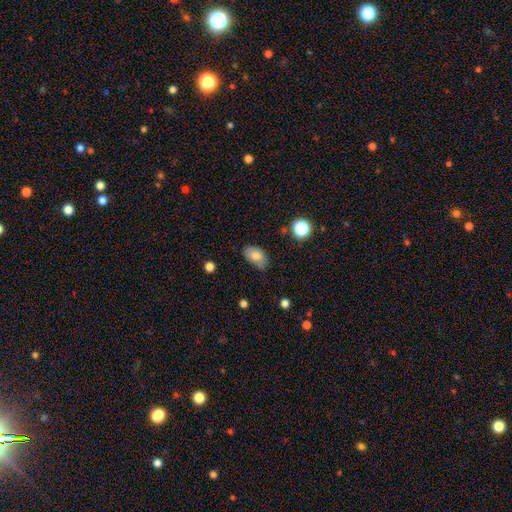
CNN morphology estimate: This is likely a smooth galaxy (78%). How rounded: clearly in between (89%). Merging: likely none (61%).